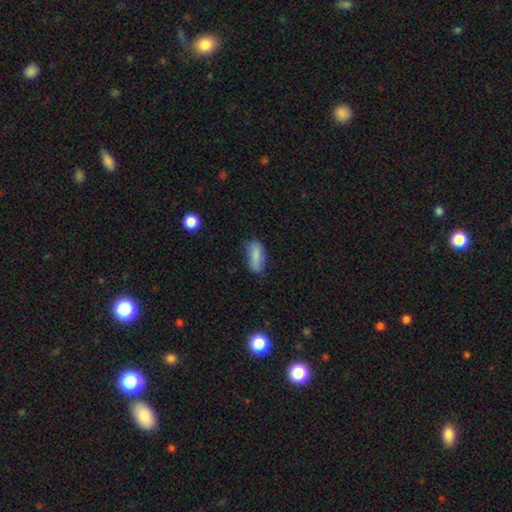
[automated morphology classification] Smooth or featured?
  - smooth: 82% *
  - featured or disk: 10%
  - star or artifact: 8%
How rounded?
  - in between: 82% *
  - cigar-shaped: 15%
  - round: 3%
Merging?
  - none: 62% *
  - minor disturbance: 28%
  - major disturbance: 8%
  - merger: 2%